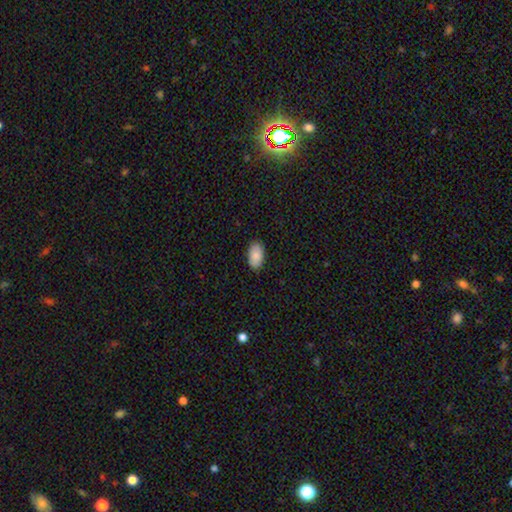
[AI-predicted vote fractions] Smooth or featured? Predicted: smooth (p=0.89). How rounded? Predicted: in between (p=0.95). Merging? Predicted: none (p=0.89).